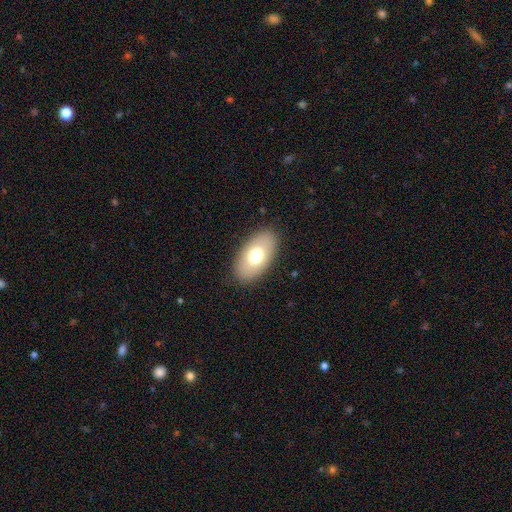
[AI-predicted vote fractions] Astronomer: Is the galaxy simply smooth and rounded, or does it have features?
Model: smooth — 70%.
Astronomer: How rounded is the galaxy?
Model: in between — 94%.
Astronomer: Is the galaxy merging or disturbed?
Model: none — 86%.